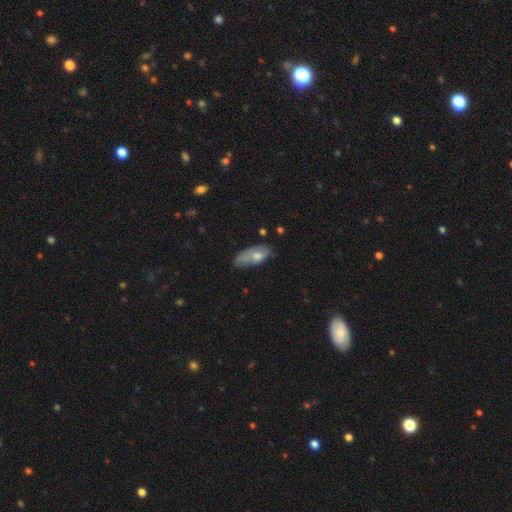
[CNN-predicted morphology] Smooth or featured?
  - smooth: 66% *
  - featured or disk: 27%
  - star or artifact: 7%
How rounded?
  - in between: 84% *
  - cigar-shaped: 13%
  - round: 3%
Merging?
  - none: 39% *
  - minor disturbance: 38%
  - major disturbance: 19%
  - merger: 4%